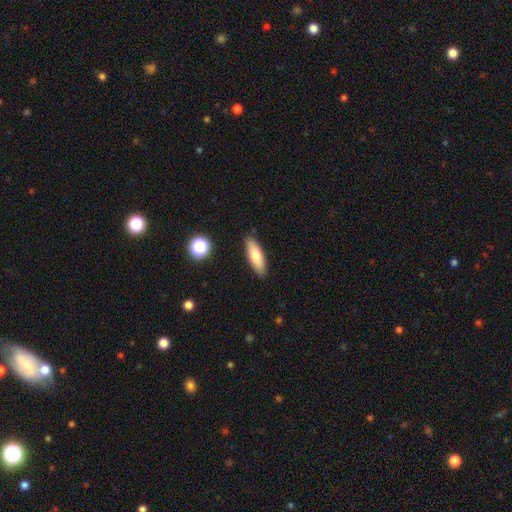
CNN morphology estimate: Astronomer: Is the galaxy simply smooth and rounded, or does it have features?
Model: smooth — 77%.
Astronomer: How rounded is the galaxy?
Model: in between — 51% (runner-up: cigar-shaped, 47%).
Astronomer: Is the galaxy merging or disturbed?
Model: none — 88%.